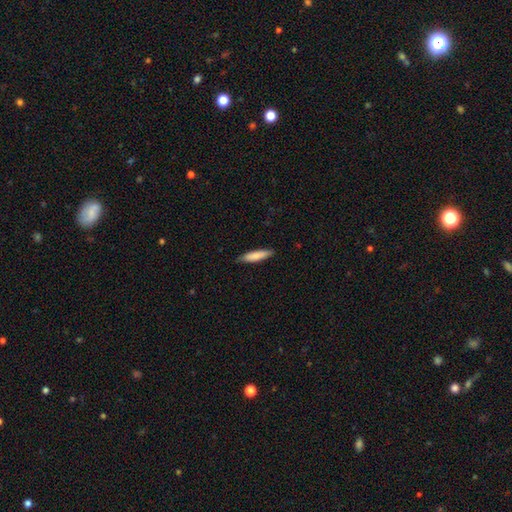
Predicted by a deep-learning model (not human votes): Smooth or featured? Predicted: smooth (p=0.82). How rounded? Predicted: cigar-shaped (p=0.78). Merging? Predicted: none (p=0.85).